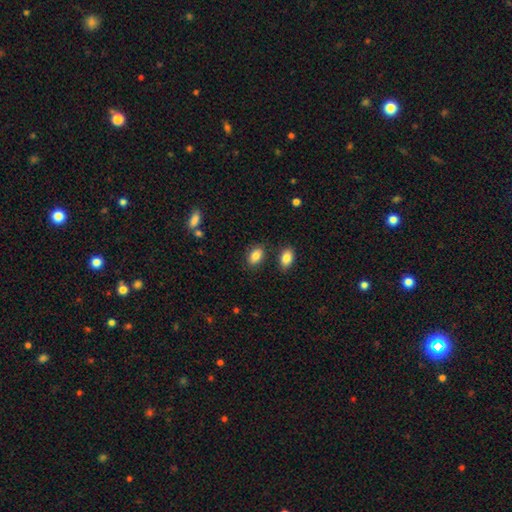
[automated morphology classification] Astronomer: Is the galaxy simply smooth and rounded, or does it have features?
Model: smooth — 84%.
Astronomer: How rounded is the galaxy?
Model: in between — 88%.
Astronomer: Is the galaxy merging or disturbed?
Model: none — 80%.